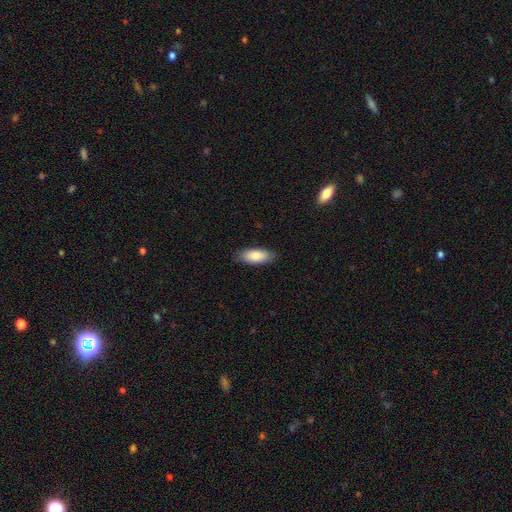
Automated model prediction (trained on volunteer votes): This is clearly a smooth galaxy (83%). How rounded: clearly in between (84%). Merging: clearly none (85%).